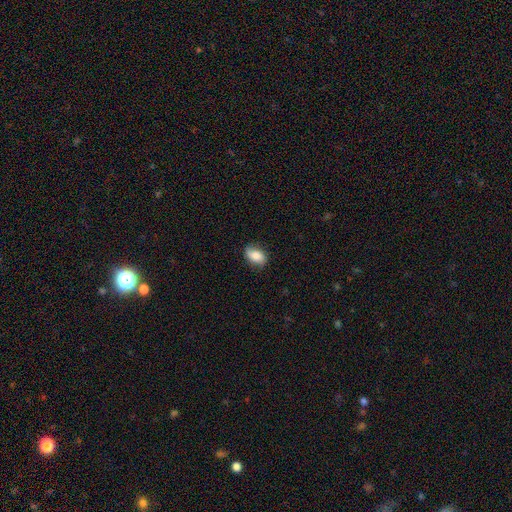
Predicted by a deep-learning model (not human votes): The model was most divided on "smooth or featured": smooth: 73%, featured or disk: 19%, star or artifact: 8%. More confident: how rounded — in between (86%); merging — none (76%).